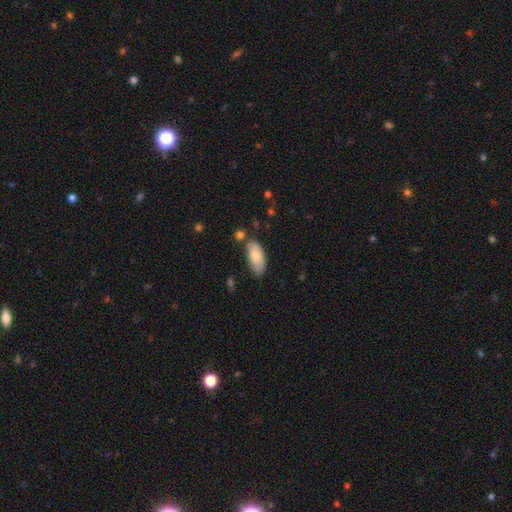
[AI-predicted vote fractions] Morphology: type=smooth (81%); roundness=in between (88%); merging=none (70%).